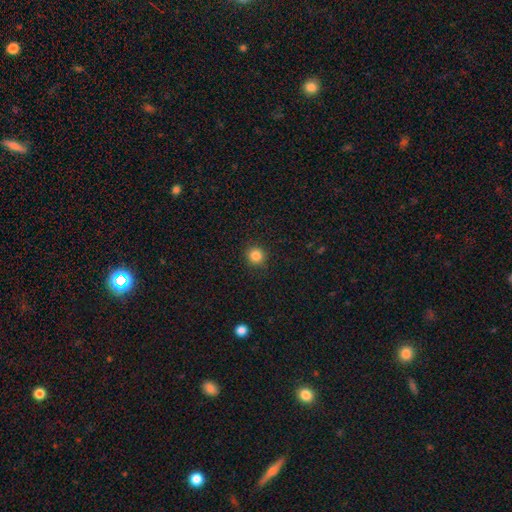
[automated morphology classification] Smooth or featured? smooth (85%)
How rounded? round (93%)
Merging? none (91%)